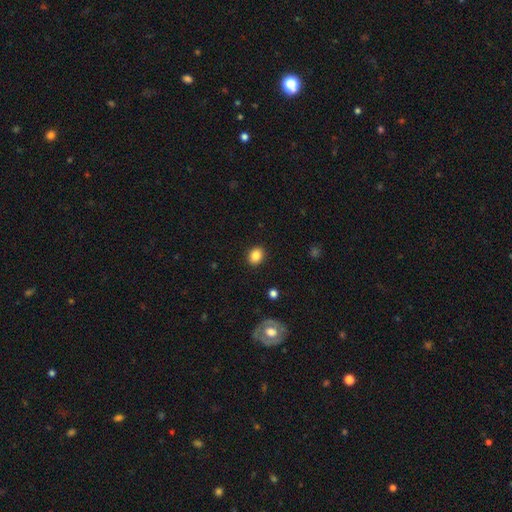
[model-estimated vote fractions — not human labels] Overall: smooth (85%). How rounded: round (52%; in between 47%). Merging: none (90%).